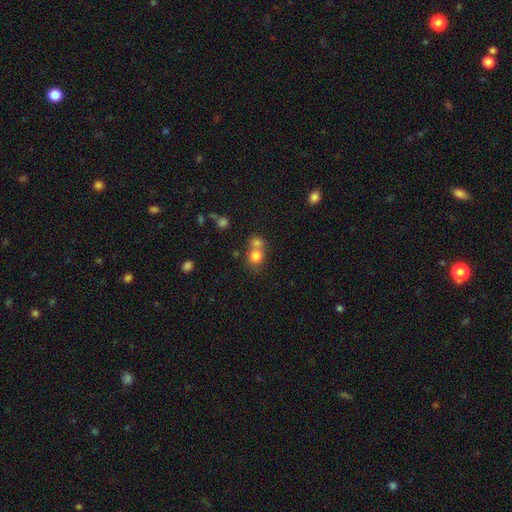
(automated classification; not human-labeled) smooth-or-featured: smooth: 78% | star or artifact: 12% | featured or disk: 10%
  how-rounded: round: 77% | in between: 22% | cigar-shaped: 1%
  merging: merger: 51% | none: 39% | minor disturbance: 6% | major disturbance: 3%